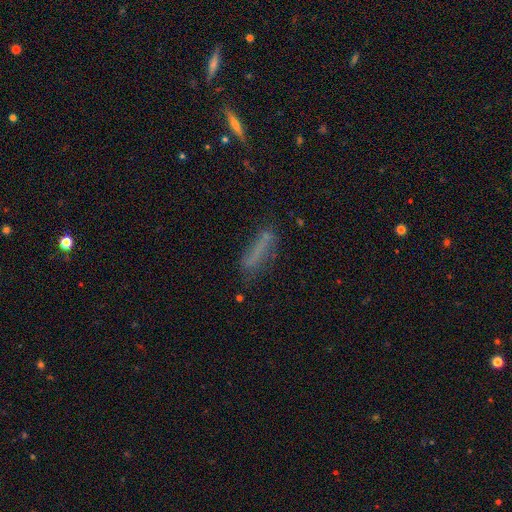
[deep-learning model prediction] Overall: smooth (61%; featured or disk 26%). How rounded: cigar-shaped (77%). Merging: none (61%; minor disturbance 23%).